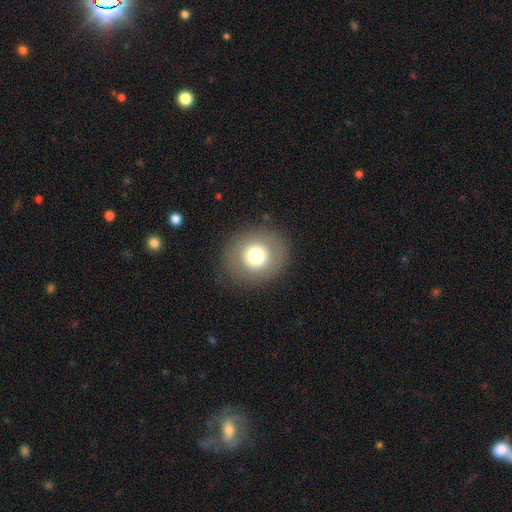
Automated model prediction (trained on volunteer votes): smooth-or-featured: smooth: 70% | featured or disk: 19% | star or artifact: 11%
  how-rounded: round: 90% | in between: 9% | cigar-shaped: 1%
  merging: none: 87% | minor disturbance: 8% | major disturbance: 4% | merger: 1%